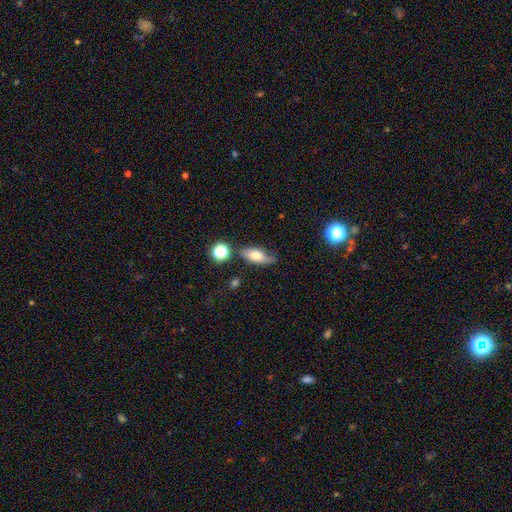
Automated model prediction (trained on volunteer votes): A smooth galaxy with no disk features (66%) that is in between round and cigar-shaped (79%).

Vote fractions:
- Smooth or featured? smooth: 66% / featured or disk: 25% / star or artifact: 9%
- How rounded? in between: 79% / cigar-shaped: 16% / round: 6%
- Merging? none: 63% / minor disturbance: 24% / merger: 7% / major disturbance: 6%